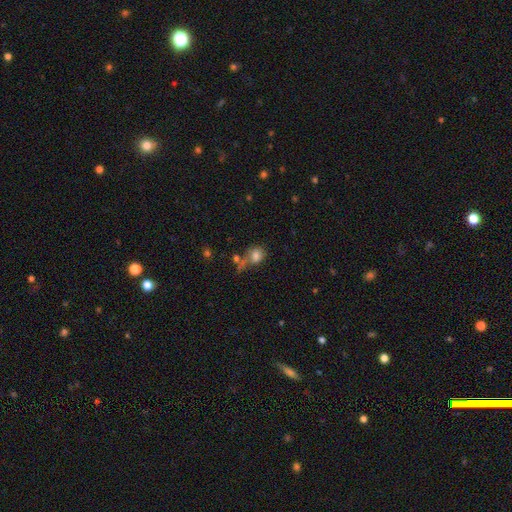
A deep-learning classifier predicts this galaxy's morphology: The model was most divided on "how rounded": round: 53%, in between: 45%, cigar-shaped: 2%. Remaining: smooth or featured — smooth (75%); merging — none (40%).